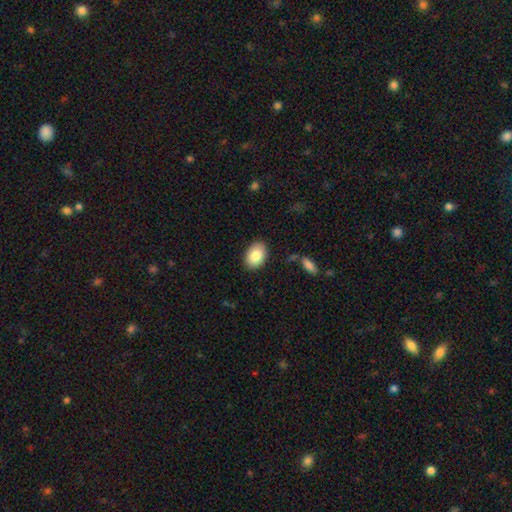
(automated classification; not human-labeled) Morphology: type=smooth (84%); roundness=in between (86%); merging=none (86%).